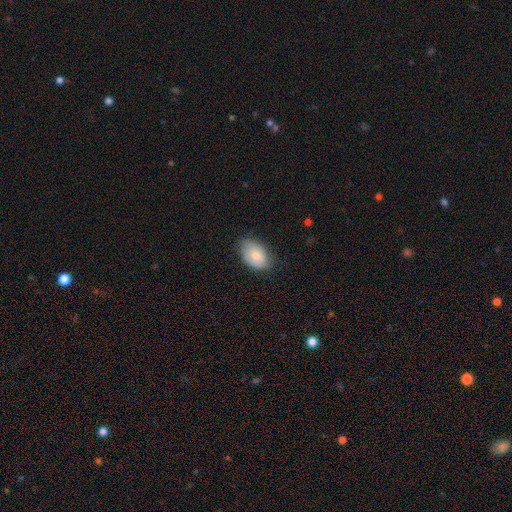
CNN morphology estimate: Smooth or featured?
  - smooth: 76% *
  - featured or disk: 18%
  - star or artifact: 6%
How rounded?
  - in between: 89% *
  - round: 9%
  - cigar-shaped: 1%
Merging?
  - none: 68% *
  - minor disturbance: 26%
  - major disturbance: 5%
  - merger: 1%